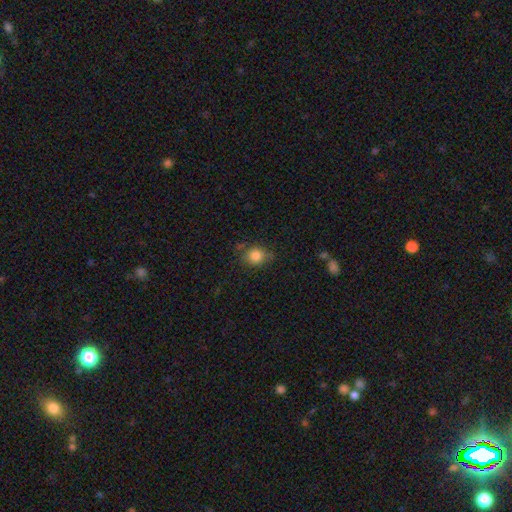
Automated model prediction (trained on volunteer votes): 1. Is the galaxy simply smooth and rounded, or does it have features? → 82% smooth, 10% star or artifact, 7% featured or disk.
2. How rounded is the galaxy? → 71% round, 28% in between, 1% cigar-shaped.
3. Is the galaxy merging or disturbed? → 70% none, 22% minor disturbance, 5% major disturbance, 3% merger.